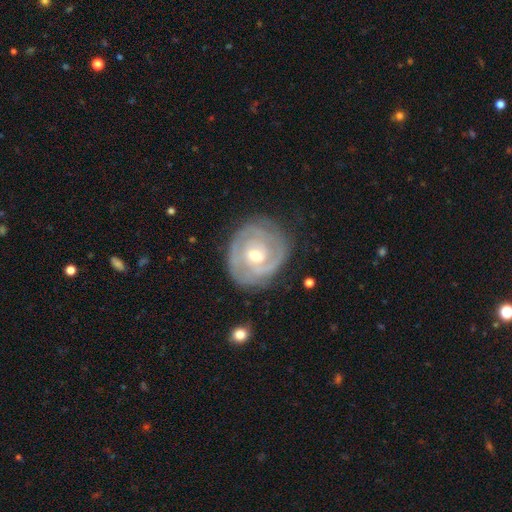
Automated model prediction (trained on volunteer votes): A featured or disk galaxy (84%) with no bar (61%), 2 (36%) tight (73%) spiral arms (92%) and a moderate central bulge (62%). Merging: none (76%).